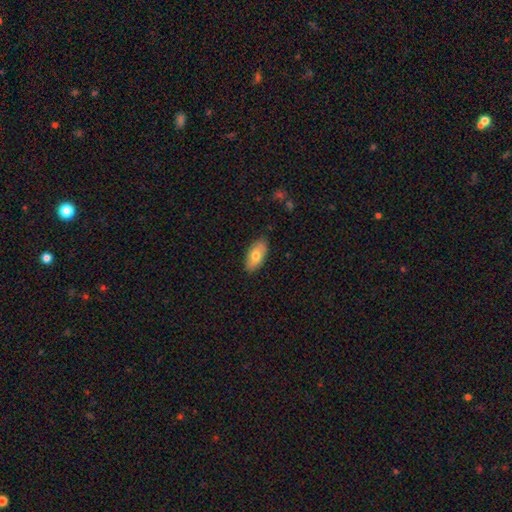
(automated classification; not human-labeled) smooth_or_featured: smooth (p=0.71) [alt: featured or disk p=0.22]
how_rounded: in between (p=0.92) [alt: cigar-shaped p=0.05]
merging: none (p=0.85) [alt: minor disturbance p=0.12]